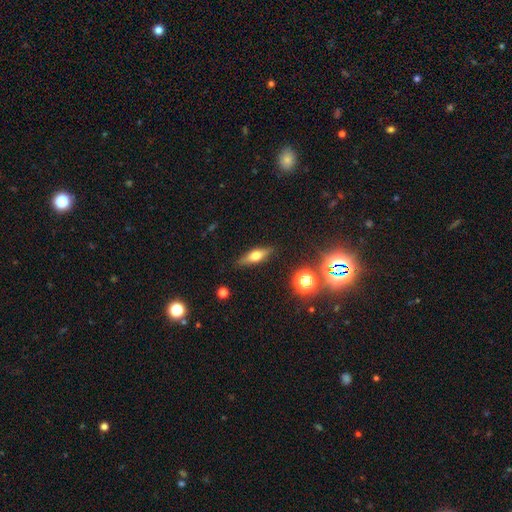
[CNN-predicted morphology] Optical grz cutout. It shows a smooth galaxy with no disk features (45%, tied with featured or disk). Merging: none (86%).